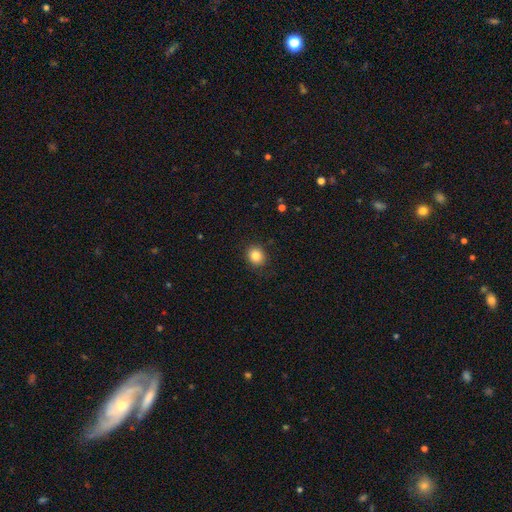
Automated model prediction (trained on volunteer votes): A smooth galaxy with no disk features (84%) that is round (73%).

Vote fractions:
- Smooth or featured? smooth: 84% / star or artifact: 10% / featured or disk: 6%
- How rounded? round: 73% / in between: 26% / cigar-shaped: 1%
- Merging? none: 89% / minor disturbance: 8% / major disturbance: 2% / merger: 1%